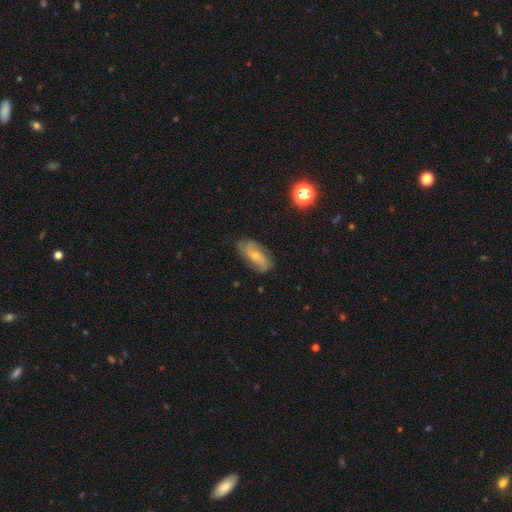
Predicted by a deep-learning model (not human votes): Smooth or featured? featured or disk (61%)
Edge-on disk? no (91%)
Bar? no (62%)
Spiral arms? yes (86%)
Bulge size? small (52%)
Merging? none (72%)